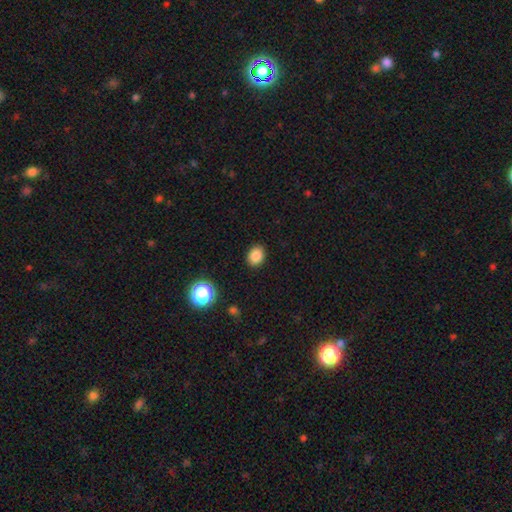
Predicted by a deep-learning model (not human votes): Smooth or featured? Predicted: smooth (p=0.84). How rounded? Predicted: in between (p=0.56). Merging? Predicted: none (p=0.89).